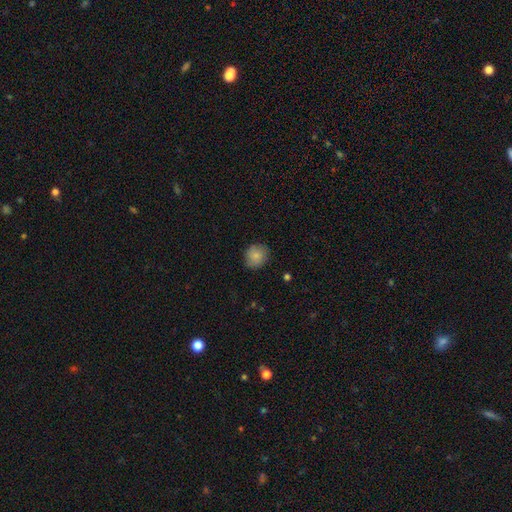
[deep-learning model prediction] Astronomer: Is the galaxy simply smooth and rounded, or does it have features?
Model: smooth — 83%.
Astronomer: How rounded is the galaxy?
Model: round — 81%.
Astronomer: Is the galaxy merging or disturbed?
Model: none — 81%.